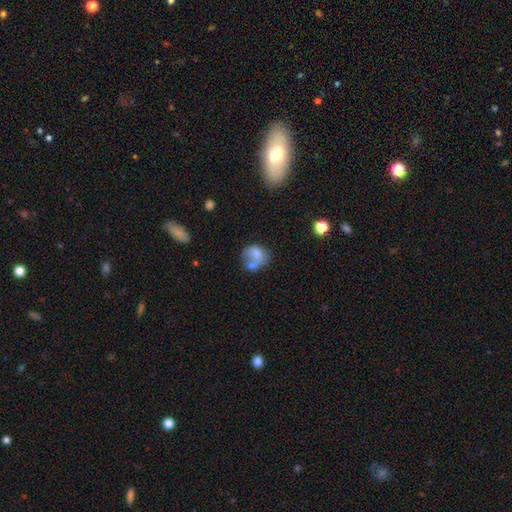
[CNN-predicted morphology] smooth-or-featured: smooth: 64% | featured or disk: 26% | star or artifact: 11%
  how-rounded: round: 54% | in between: 45% | cigar-shaped: 1%
  merging: merger: 37% | none: 28% | minor disturbance: 18% | major disturbance: 17%